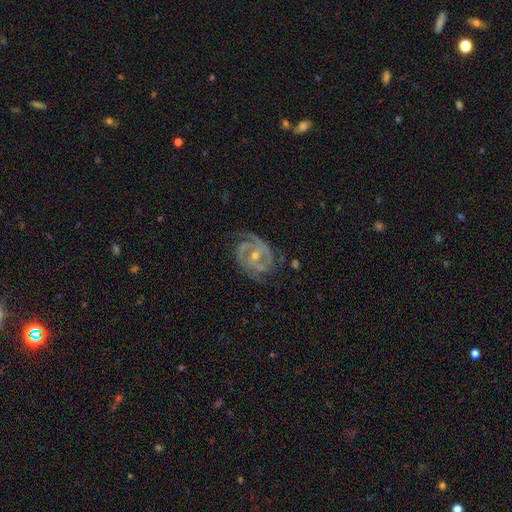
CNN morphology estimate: type=featured or disk (90%); edge-on=no (97%); bar=no (41%); spiral arms=yes (97%); winding=tight (52%); arm count=2 (51%); bulge=small (49%); merging=none (67%).